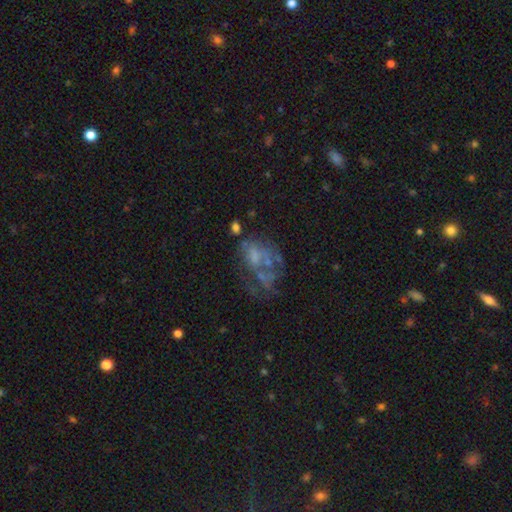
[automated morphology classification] Smooth or featured?
  - featured or disk: 56% *
  - smooth: 29%
  - star or artifact: 15%
Edge-on disk?
  - no: 98% *
  - yes: 2%
Bar?
  - no: 86% *
  - weak: 12%
  - strong: 3%
Spiral arms?
  - no: 86% *
  - yes: 14%
Bulge size?
  - none: 56% *
  - moderate: 20%
  - small: 19%
  - large: 4%
  - dominant: 1%
Merging?
  - major disturbance: 40% *
  - none: 26%
  - merger: 17%
  - minor disturbance: 17%